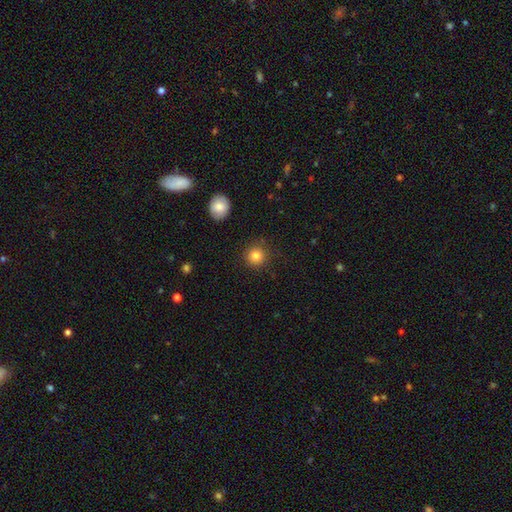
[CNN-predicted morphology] Smooth or featured?
  - smooth: 84% *
  - star or artifact: 11%
  - featured or disk: 5%
How rounded?
  - round: 94% *
  - in between: 5%
  - cigar-shaped: 1%
Merging?
  - none: 89% *
  - minor disturbance: 7%
  - major disturbance: 3%
  - merger: 2%